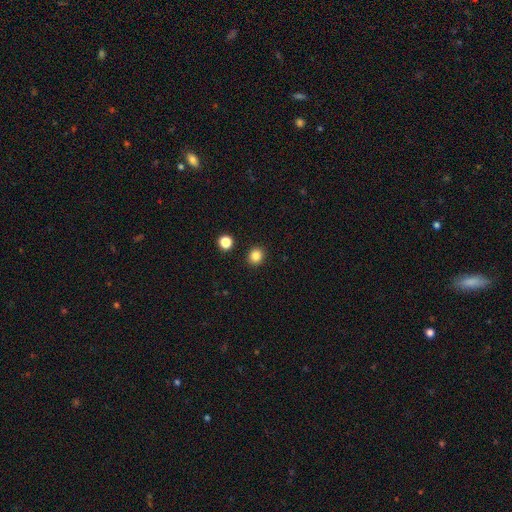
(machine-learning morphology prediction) smooth-or-featured: smooth: 85% | star or artifact: 12% | featured or disk: 4%
  how-rounded: round: 85% | in between: 14% | cigar-shaped: 1%
  merging: none: 91% | minor disturbance: 5% | merger: 2% | major disturbance: 2%